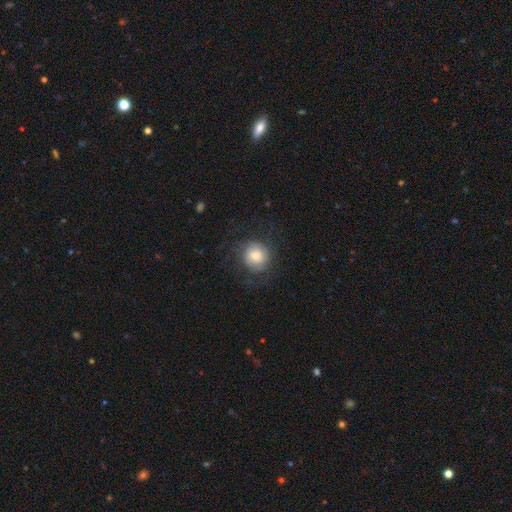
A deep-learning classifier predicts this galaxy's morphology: This appears to be a smooth galaxy with no disk features (52%) that is round (89%). Merging: none (69%).